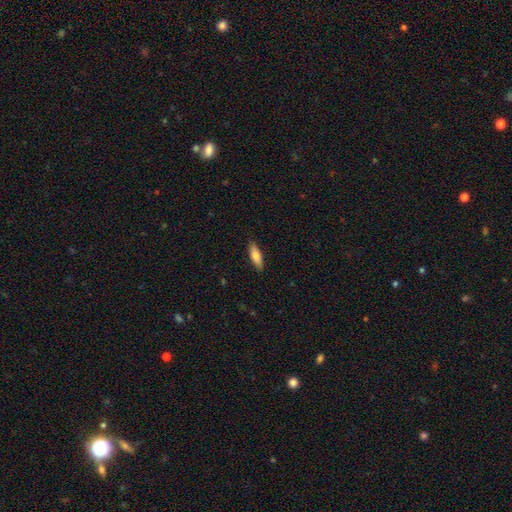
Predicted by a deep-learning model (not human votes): Smooth or featured? Predicted: smooth (p=0.76). How rounded? Predicted: in between (p=0.52). Merging? Predicted: none (p=0.88).